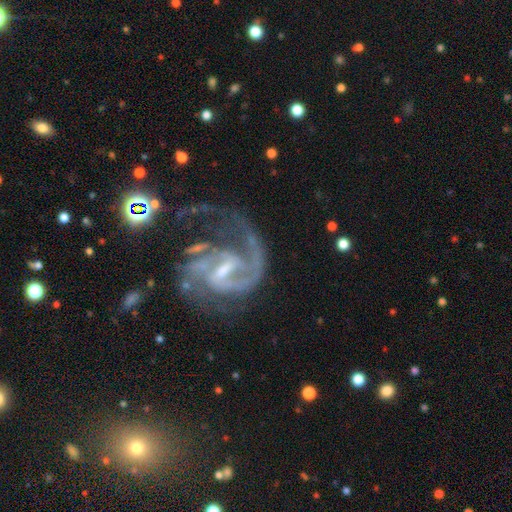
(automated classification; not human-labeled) The model was most divided on "bar": weak: 46%, strong: 32%, no: 22%. More confident: edge-on disk — no (98%); spiral arms — yes (97%); smooth or featured — featured or disk (89%); bulge size — small (68%); spiral arm count — 2 (59%); spiral winding — medium (51%); merging — none (51%).